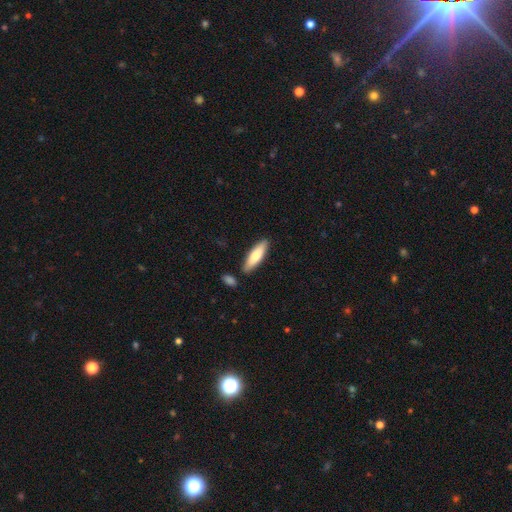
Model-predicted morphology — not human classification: This appears to be a smooth galaxy with no disk features (74%) that is cigar-shaped (61%). Merging: none (85%).